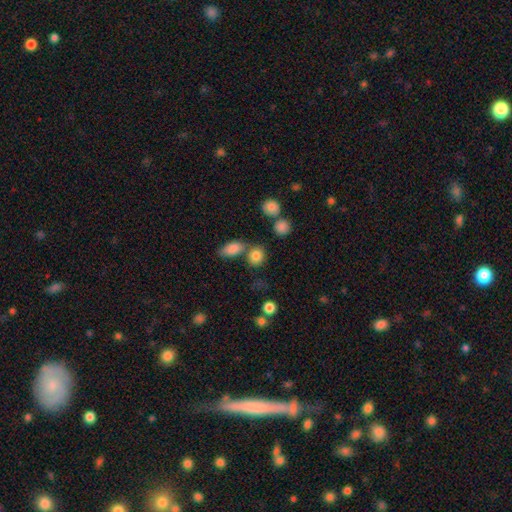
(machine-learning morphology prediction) A smooth galaxy with no disk features (83%) that is round (62%). Merging: none (66%).